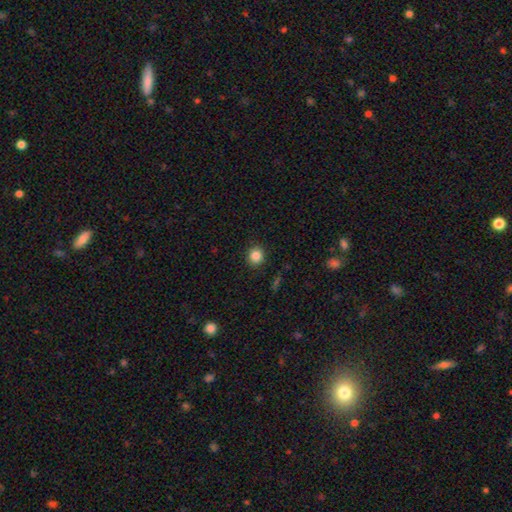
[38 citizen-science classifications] smooth 89%, featured or disk 5%, star or artifact 5%. Down the decision tree: how rounded — round (97%); merging — none (92%).